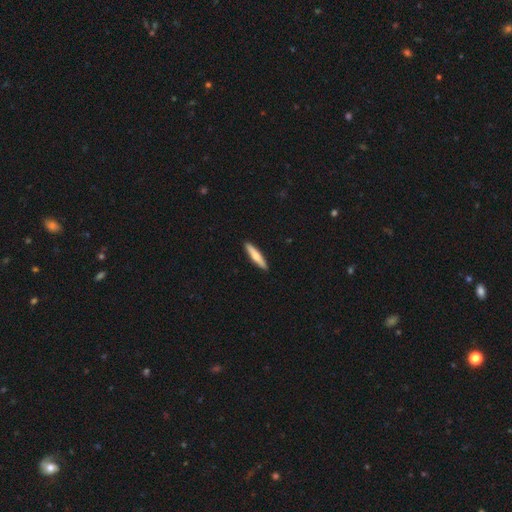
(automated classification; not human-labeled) Smooth or featured? Predicted: smooth (p=0.63). How rounded? Predicted: cigar-shaped (p=0.88). Merging? Predicted: none (p=0.92).